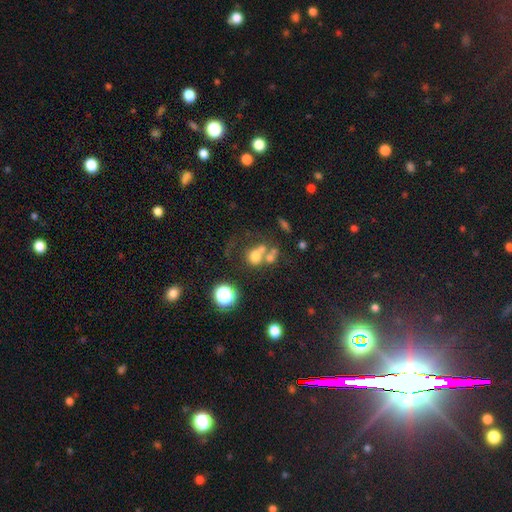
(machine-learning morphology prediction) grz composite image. It shows a smooth galaxy with no disk features (62%) that is round (76%). Merging: merger (46%).